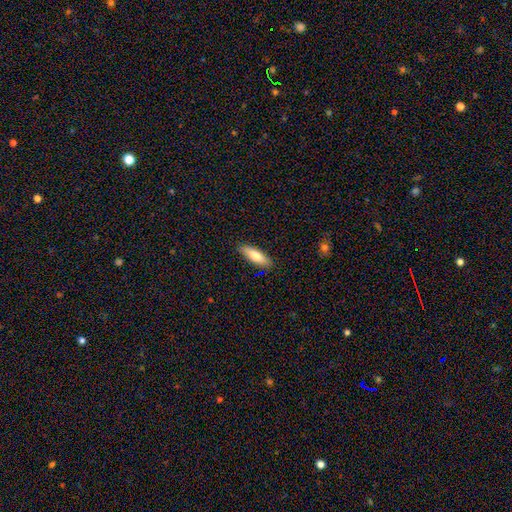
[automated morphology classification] smooth 73%, featured or disk 20%, star or artifact 6%. Down the decision tree: how rounded — in between (53%); merging — none (88%).